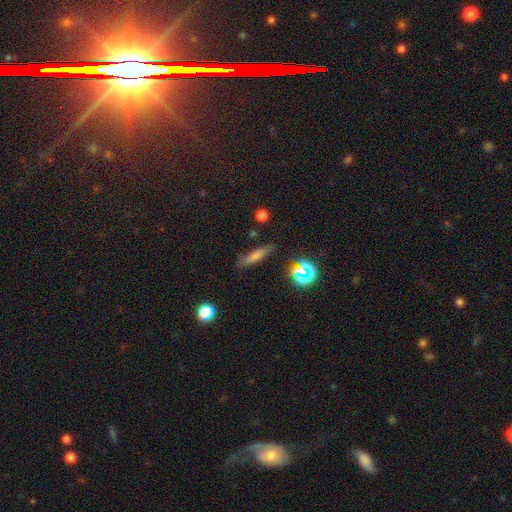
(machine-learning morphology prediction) Smooth or featured? smooth (65%)
How rounded? cigar-shaped (80%)
Merging? none (82%)